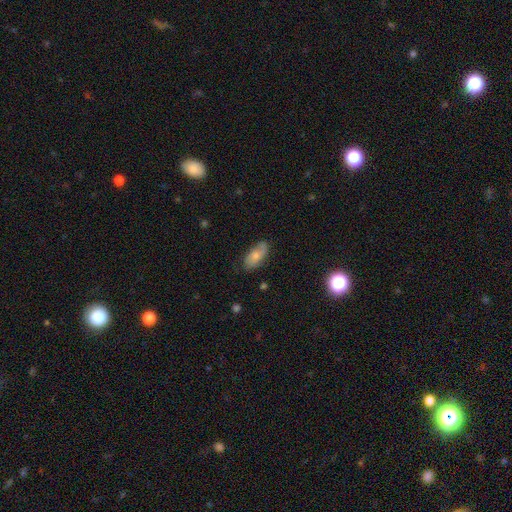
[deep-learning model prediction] Overall: smooth (64%; featured or disk 29%). How rounded: in between (87%). Merging: none (75%).